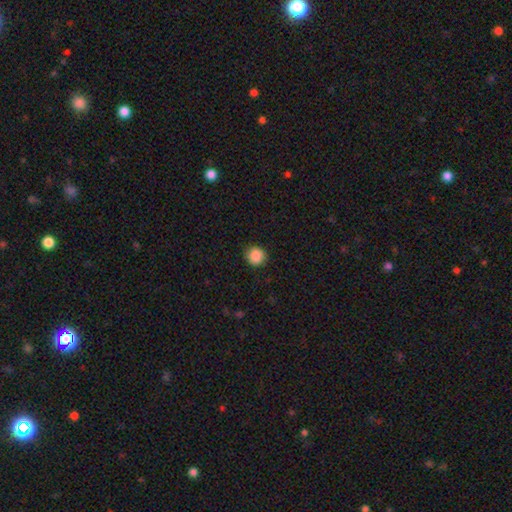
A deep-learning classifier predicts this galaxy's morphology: Smooth or featured: smooth — 87% (star or artifact — 9%)
How rounded: round — 89% (in between — 10%)
Merging: none — 88% (minor disturbance — 9%)